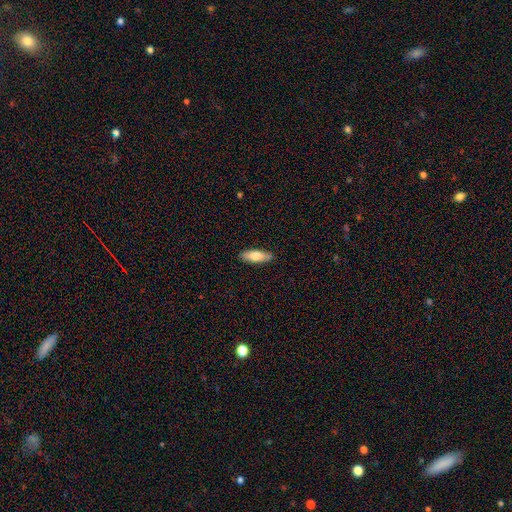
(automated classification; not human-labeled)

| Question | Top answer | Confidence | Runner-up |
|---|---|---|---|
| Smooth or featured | smooth | 74% | featured or disk (20%) |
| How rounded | in between | 59% | cigar-shaped (39%) |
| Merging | none | 88% | minor disturbance (9%) |